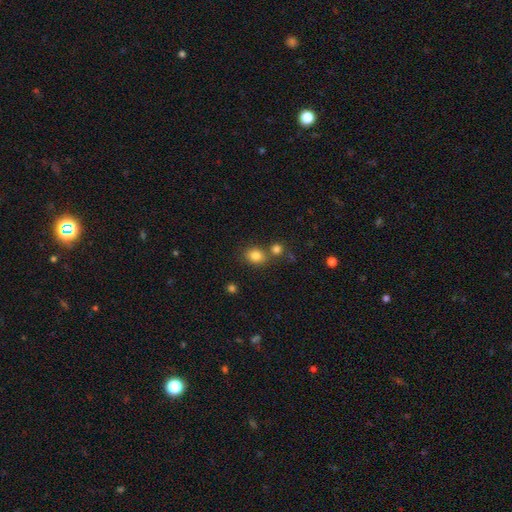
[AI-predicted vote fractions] Morphology: type=smooth (82%); roundness=round (63%); merging=none (65%).